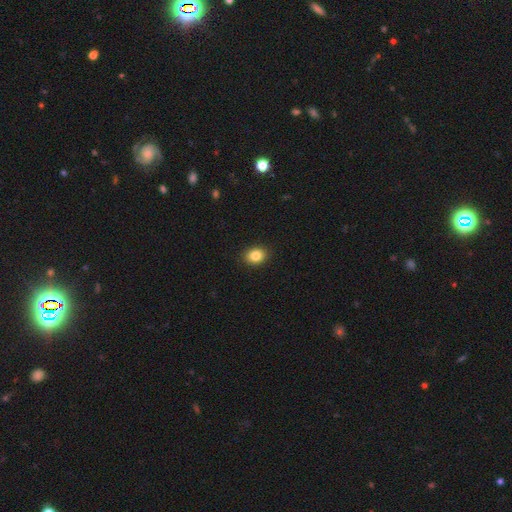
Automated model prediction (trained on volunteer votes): This is clearly a smooth galaxy (85%). How rounded: possibly in between (53%). Merging: clearly none (90%).